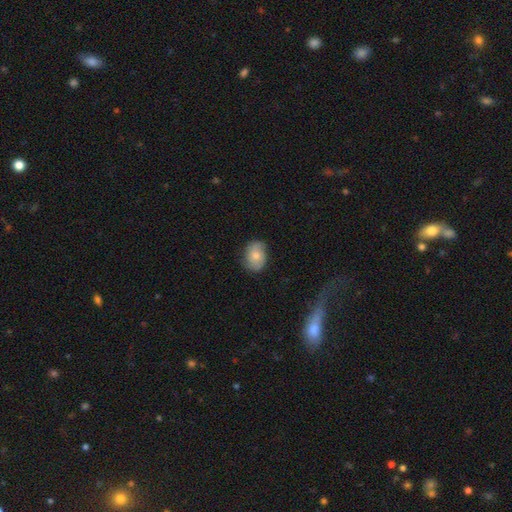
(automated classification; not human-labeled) Overall: smooth (63%; featured or disk 30%). How rounded: in between (60%; round 39%). Merging: none (72%).